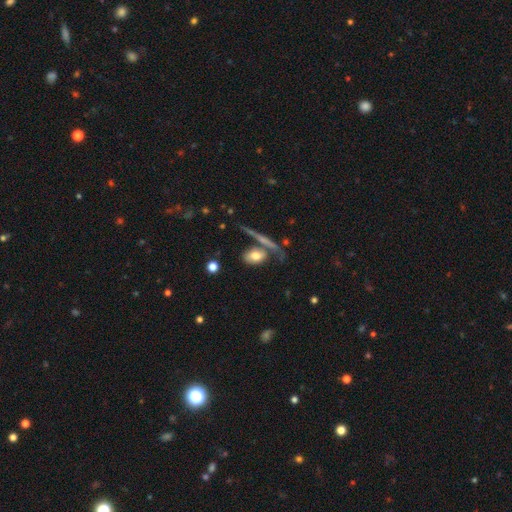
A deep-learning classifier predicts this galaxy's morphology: smooth-or-featured: smooth: 70% | featured or disk: 22% | star or artifact: 8%
  how-rounded: in between: 78% | round: 15% | cigar-shaped: 7%
  merging: none: 50% | merger: 22% | minor disturbance: 17% | major disturbance: 11%